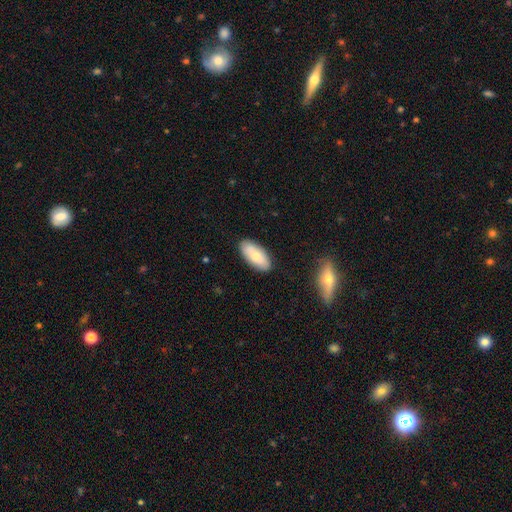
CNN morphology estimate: The model was most divided on "smooth or featured": smooth: 74%, featured or disk: 20%, star or artifact: 6%. More confident: how rounded — in between (89%); merging — none (86%).